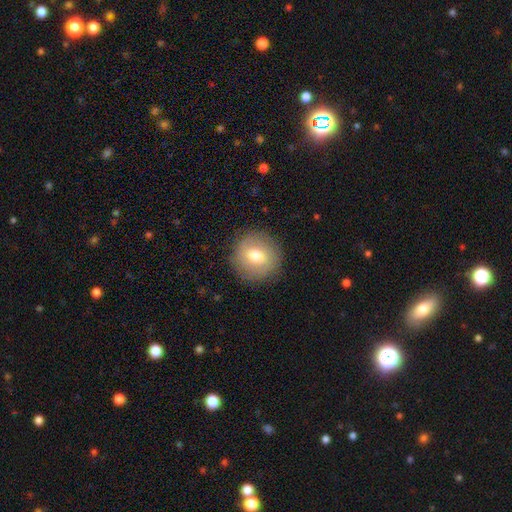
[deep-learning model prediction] Q: Smooth or featured?
A: smooth (70%); runner-up: featured or disk (22%)
Q: How rounded?
A: round (91%); runner-up: in between (8%)
Q: Merging?
A: none (87%); runner-up: minor disturbance (9%)